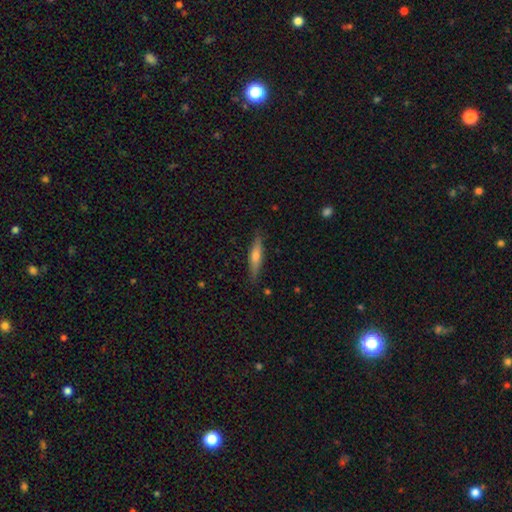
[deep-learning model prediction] Smooth or featured: featured or disk — 49% (smooth — 44%)
Merging: none — 88% (minor disturbance — 9%)